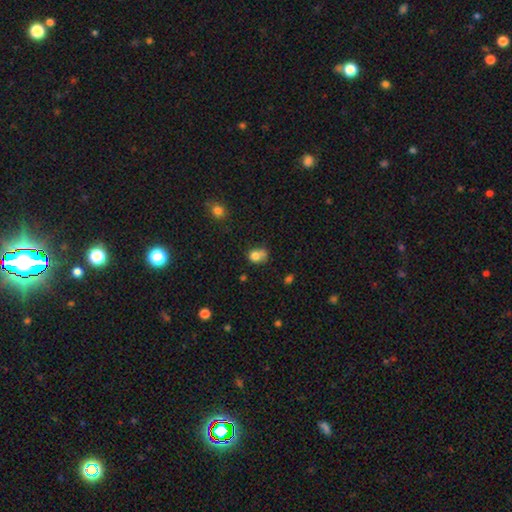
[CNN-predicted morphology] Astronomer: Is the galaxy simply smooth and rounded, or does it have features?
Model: smooth — 78%.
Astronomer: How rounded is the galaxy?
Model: round — 53% (runner-up: in between, 46%).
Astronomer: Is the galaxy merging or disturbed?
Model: none — 38% (runner-up: minor disturbance, 28%).